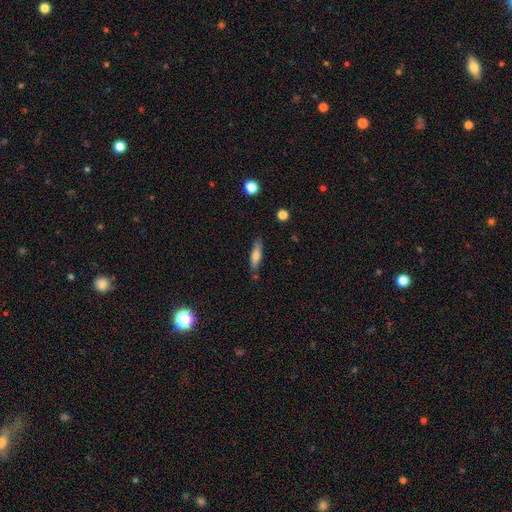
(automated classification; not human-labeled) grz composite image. It shows a smooth galaxy with no disk features (65%) that is cigar-shaped (67%). Merging: none (77%).